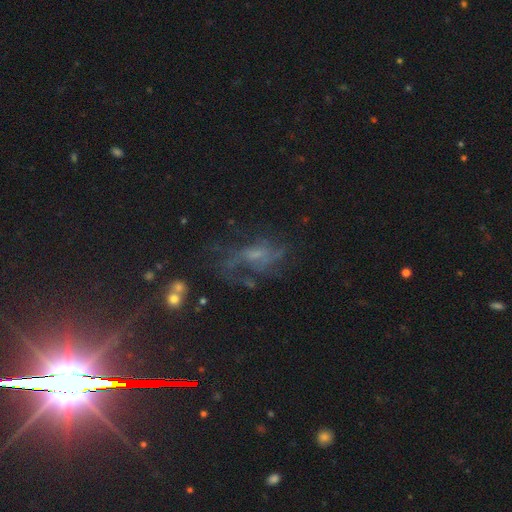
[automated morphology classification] type=featured or disk (58%); edge-on=no (95%); bar=no (66%); spiral arms=yes (66%); bulge=small (46%); merging=none (41%).